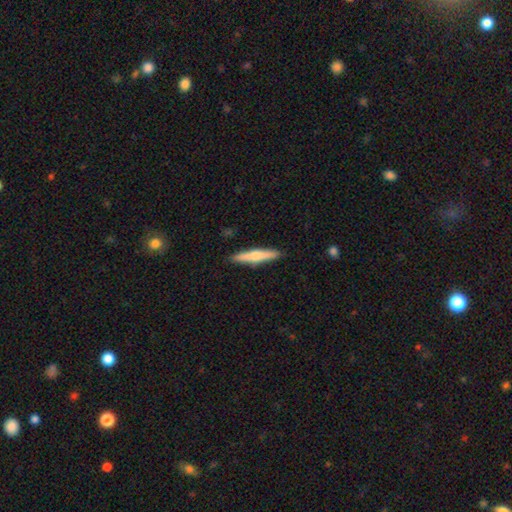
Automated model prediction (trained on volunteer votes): Smooth or featured? Predicted: smooth (p=0.57). How rounded? Predicted: cigar-shaped (p=0.89). Merging? Predicted: none (p=0.90).